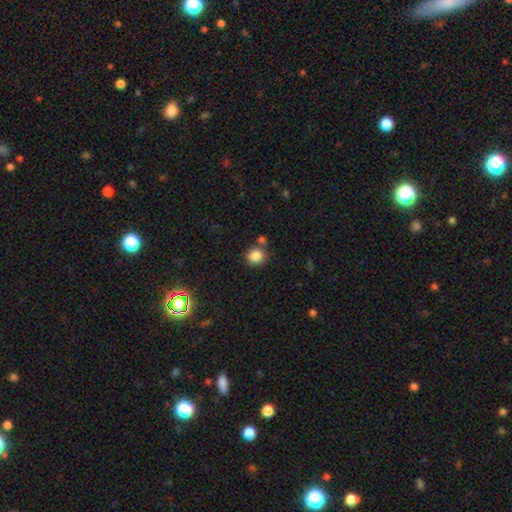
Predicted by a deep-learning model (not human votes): Overall: smooth (85%). How rounded: round (88%). Merging: none (73%).